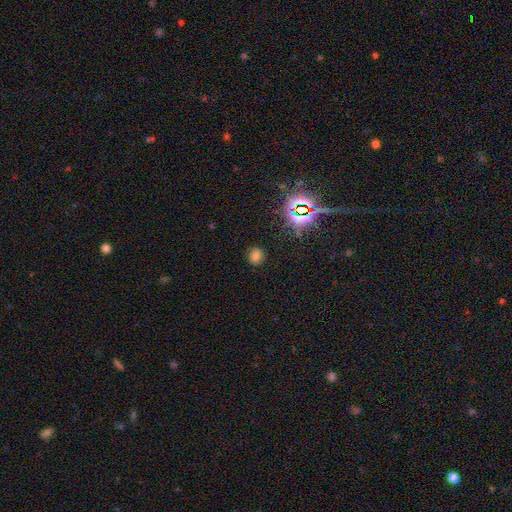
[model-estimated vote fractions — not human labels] A smooth galaxy with no disk features (67%) that is round (77%). Merging: none (85%).